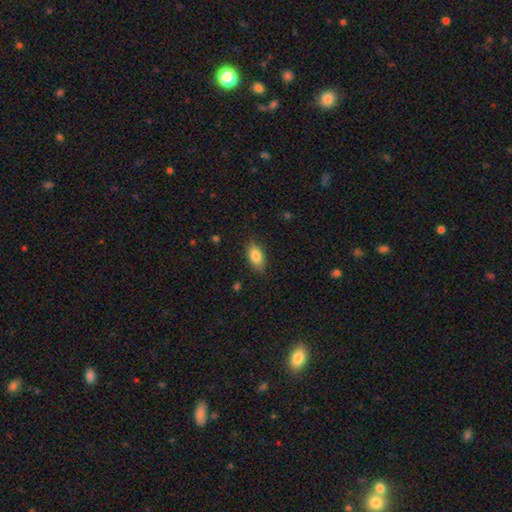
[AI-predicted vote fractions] A smooth galaxy with no disk features (83%) that is in between round and cigar-shaped (90%). Merging: none (82%).